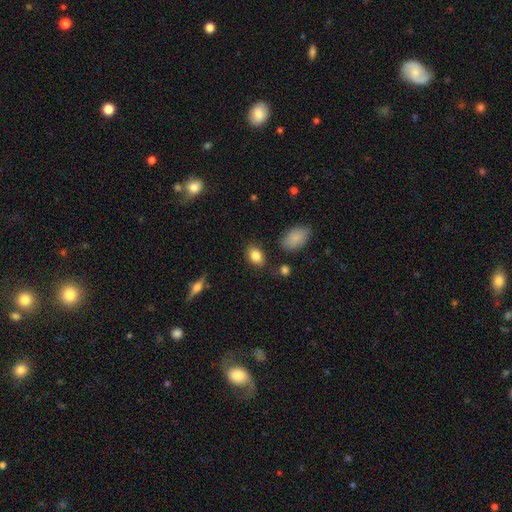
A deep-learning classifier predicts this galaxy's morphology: smooth 84%, star or artifact 8%, featured or disk 8%. Down the decision tree: how rounded — in between (80%); merging — none (81%).